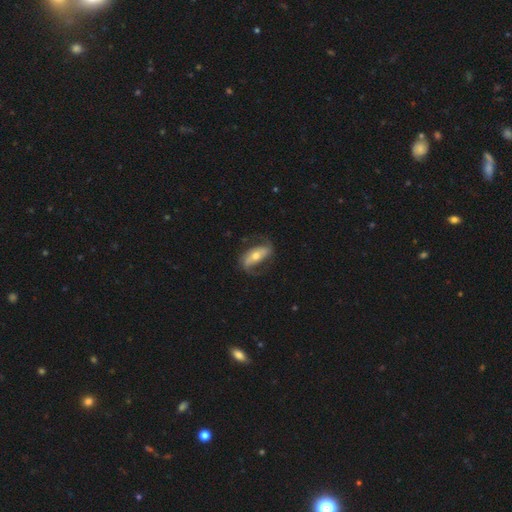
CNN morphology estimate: Q: Smooth or featured?
A: featured or disk (76%); runner-up: smooth (19%)
Q: Edge-on disk?
A: no (93%); runner-up: yes (7%)
Q: Bar?
A: strong (42%); runner-up: no (31%)
Q: Spiral arms?
A: yes (90%); runner-up: no (10%)
Q: Spiral winding?
A: loose (44%); runner-up: medium (40%)
Q: Spiral arm count?
A: 2 (87%); runner-up: can't tell (5%)
Q: Bulge size?
A: moderate (60%); runner-up: small (32%)
Q: Merging?
A: none (69%); runner-up: minor disturbance (17%)